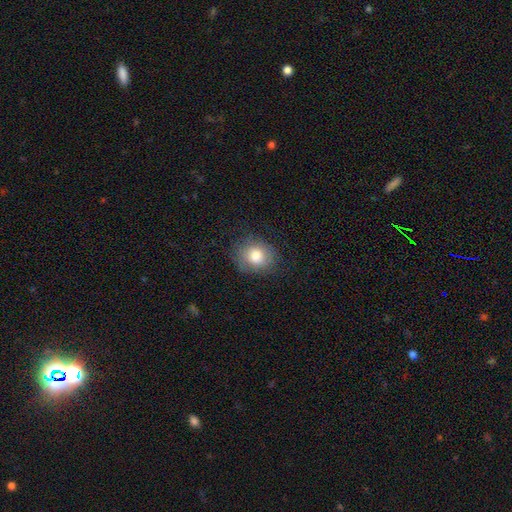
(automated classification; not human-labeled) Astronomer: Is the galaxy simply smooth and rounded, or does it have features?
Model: smooth — 77%.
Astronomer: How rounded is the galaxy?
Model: round — 71%.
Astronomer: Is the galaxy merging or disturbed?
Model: none — 73%.